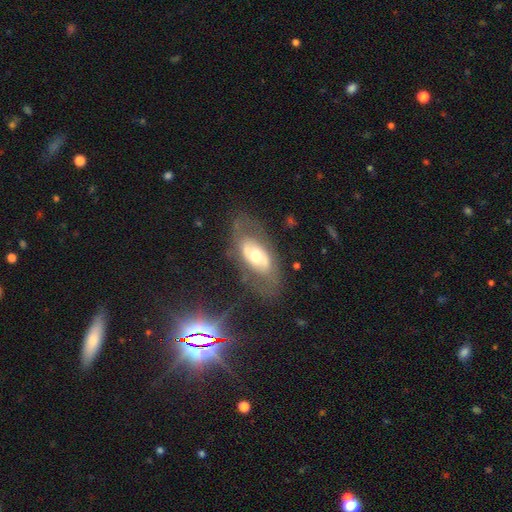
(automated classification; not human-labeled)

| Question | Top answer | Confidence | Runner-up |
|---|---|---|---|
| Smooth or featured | featured or disk | 59% | smooth (32%) |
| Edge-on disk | no | 88% | yes (12%) |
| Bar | no | 65% | weak (22%) |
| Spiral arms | no | 55% | yes (45%) |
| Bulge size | moderate | 65% | small (20%) |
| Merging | none | 66% | minor disturbance (18%) |